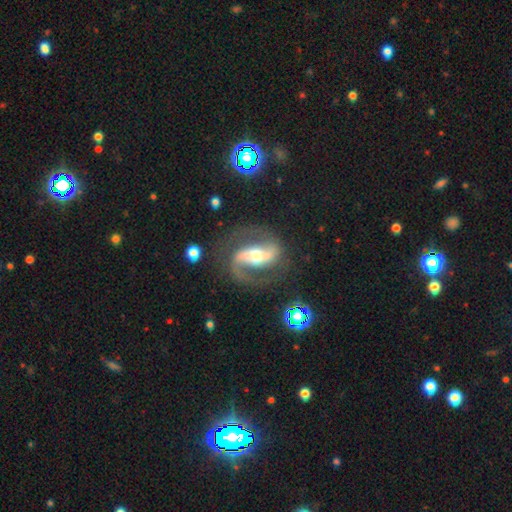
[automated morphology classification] This is clearly a featured or disk galaxy (89%). It is clearly not viewed edge-on (97%). Bar: possibly strong (56%). Spiral arm pattern: clearly yes (96%). Spiral arm count: clearly 2 (93%). Spiral winding: possibly medium (56%). Central bulge: likely moderate (65%). Merging: likely none (78%).